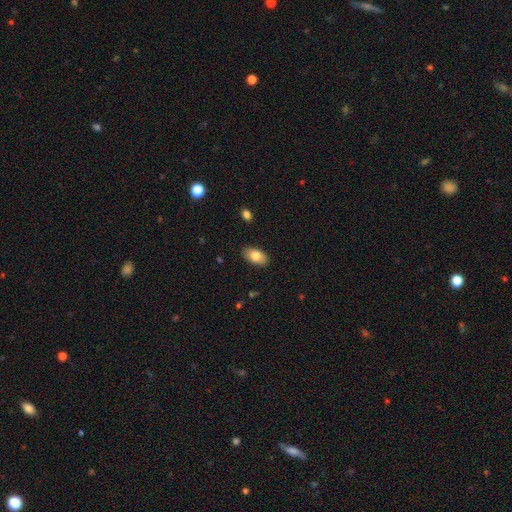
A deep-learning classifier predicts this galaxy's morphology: smooth 82%, featured or disk 11%, star or artifact 7%. Down the decision tree: how rounded — in between (94%); merging — none (88%).